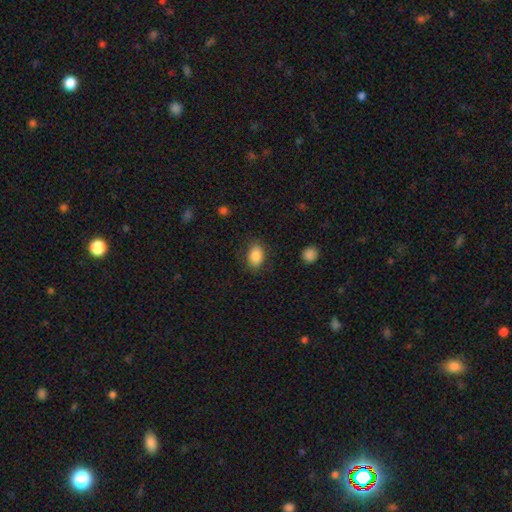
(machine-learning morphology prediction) smooth_or_featured: smooth (p=0.85) [alt: star or artifact p=0.08]
how_rounded: in between (p=0.80) [alt: round p=0.18]
merging: none (p=0.81) [alt: minor disturbance p=0.14]